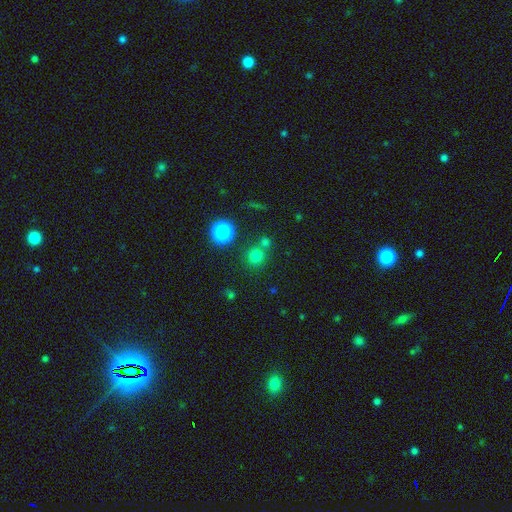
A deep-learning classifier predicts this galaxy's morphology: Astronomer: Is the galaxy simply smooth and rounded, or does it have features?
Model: smooth — 72%.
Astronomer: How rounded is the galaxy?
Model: round — 90%.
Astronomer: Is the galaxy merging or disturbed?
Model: none — 68%.